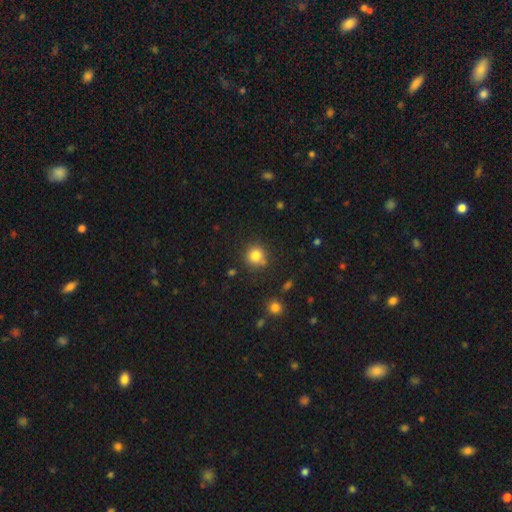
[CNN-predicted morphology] This is clearly a smooth galaxy (82%). How rounded: clearly round (92%). Merging: likely none (78%).